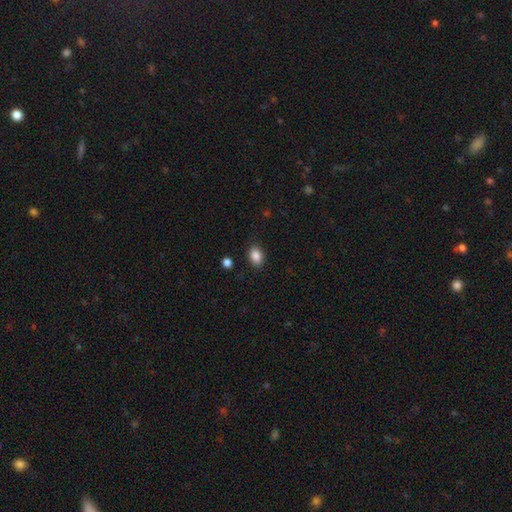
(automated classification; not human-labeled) Smooth or featured: smooth — 87% (star or artifact — 9%)
How rounded: in between — 78% (round — 20%)
Merging: none — 85% (minor disturbance — 11%)